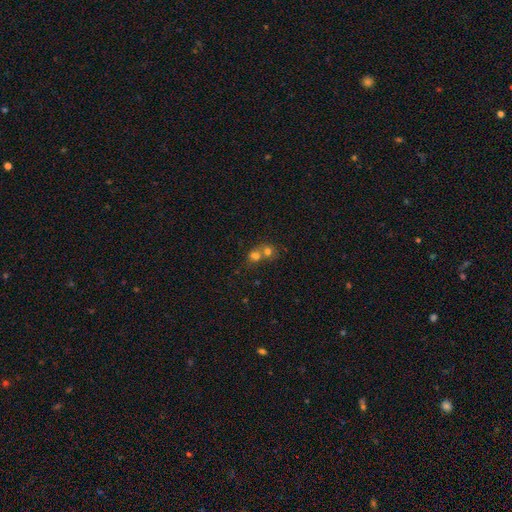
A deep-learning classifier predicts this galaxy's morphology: Smooth or featured: smooth — 71% (featured or disk — 15%)
How rounded: round — 72% (in between — 27%)
Merging: merger — 67% (none — 25%)